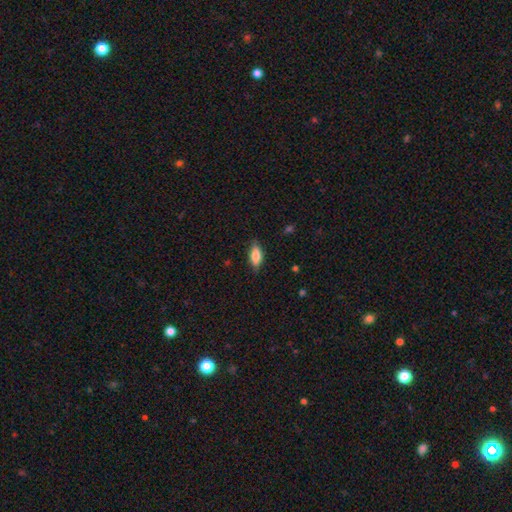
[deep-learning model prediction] This is likely a smooth galaxy (72%). How rounded: likely in between (75%). Merging: clearly none (81%).